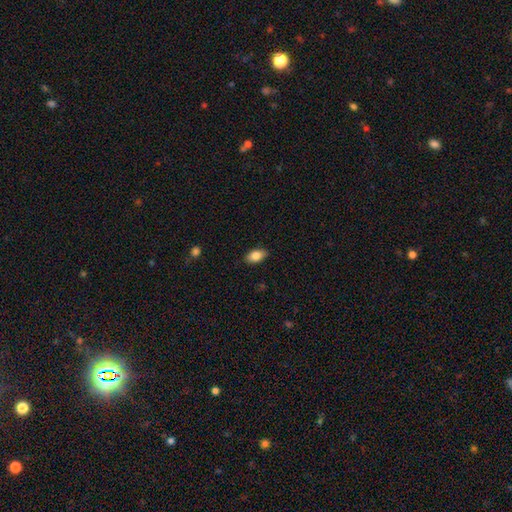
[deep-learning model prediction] Smooth or featured? smooth (84%)
How rounded? in between (91%)
Merging? none (86%)